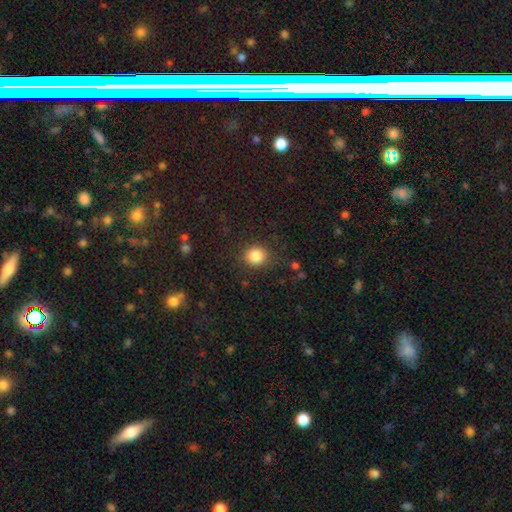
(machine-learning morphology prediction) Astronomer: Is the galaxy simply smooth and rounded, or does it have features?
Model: smooth — 85%.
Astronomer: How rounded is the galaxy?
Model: round — 85%.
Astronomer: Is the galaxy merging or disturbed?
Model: none — 86%.